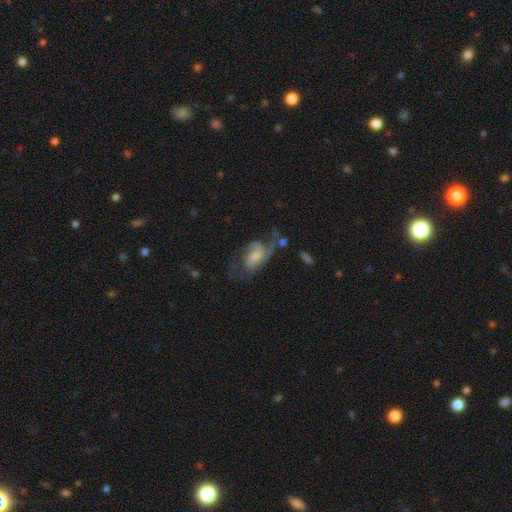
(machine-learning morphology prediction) Smooth or featured: featured or disk — 73% (smooth — 20%)
Edge-on disk: no — 96% (yes — 4%)
Bar: no — 52% (weak — 39%)
Spiral arms: yes — 90% (no — 10%)
Spiral winding: medium — 44% (loose — 36%)
Spiral arm count: 2 — 51% (1 — 24%)
Bulge size: small — 42% (moderate — 33%)
Merging: none — 36% (tied with major disturbance — 36%)